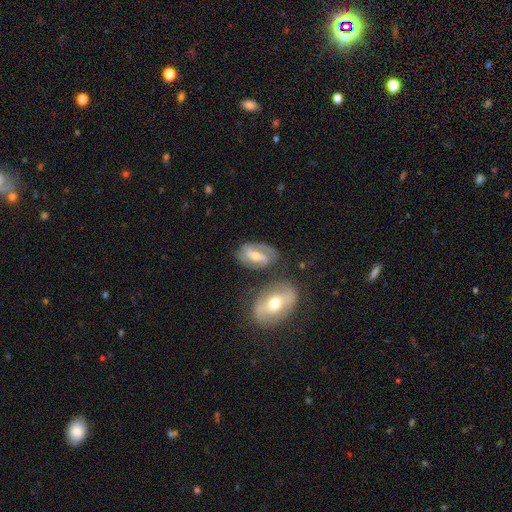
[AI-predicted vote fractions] Smooth or featured? featured or disk (73%)
Edge-on disk? no (93%)
Bar? weak (39%)
Spiral arms? yes (84%)
Spiral winding? medium (46%)
Spiral arm count? 2 (79%)
Bulge size? moderate (58%)
Merging? none (62%)